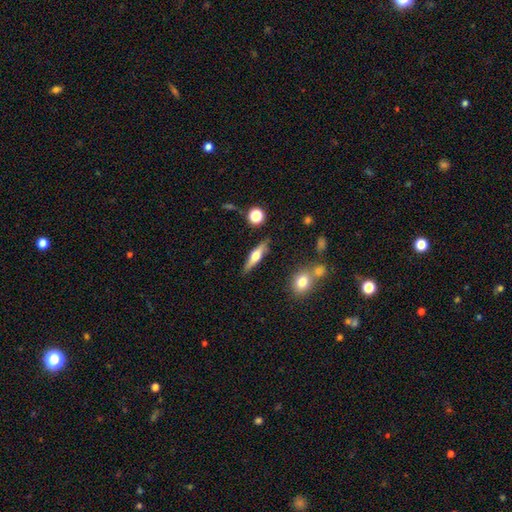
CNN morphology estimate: This appears to be a featured or disk galaxy (51%) viewed edge-on (92%). Merging: none (83%).